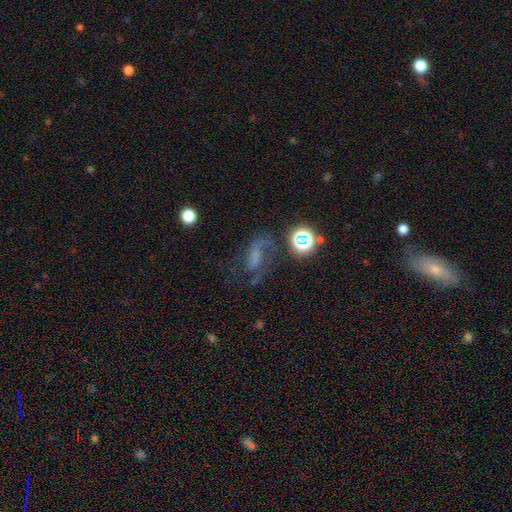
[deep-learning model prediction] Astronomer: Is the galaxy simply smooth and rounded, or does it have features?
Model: featured or disk — 49% (runner-up: smooth, 29%).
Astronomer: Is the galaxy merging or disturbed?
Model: none — 49% (runner-up: major disturbance, 25%).